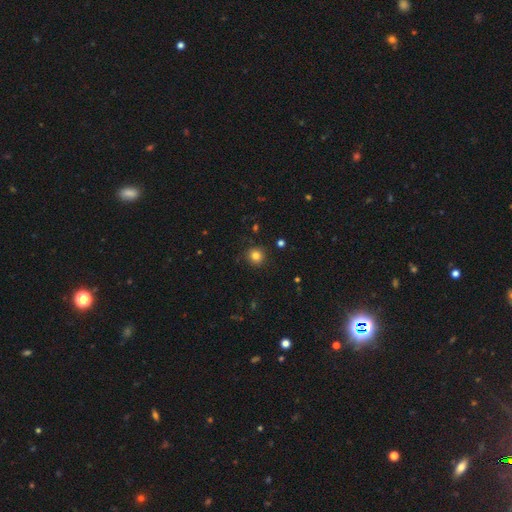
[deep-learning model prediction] Smooth or featured? Predicted: smooth (p=0.82). How rounded? Predicted: round (p=0.93). Merging? Predicted: none (p=0.90).